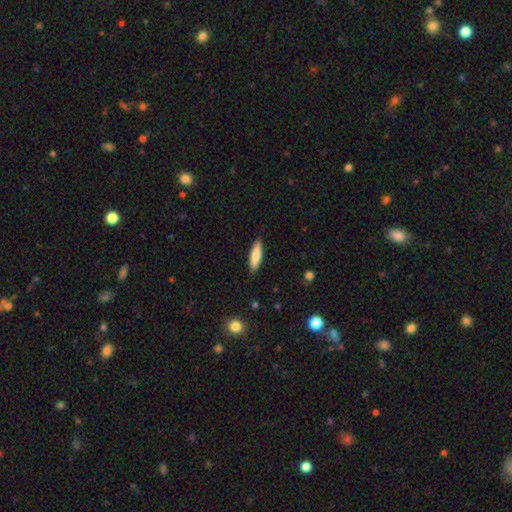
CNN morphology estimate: Smooth or featured: smooth — 80% (featured or disk — 14%)
How rounded: cigar-shaped — 63% (in between — 35%)
Merging: none — 89% (minor disturbance — 8%)